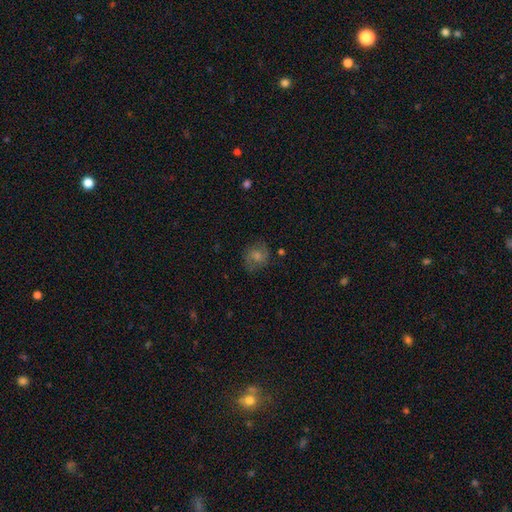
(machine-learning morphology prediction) This is marginally a featured or disk galaxy (44%). Merging: likely none (79%).